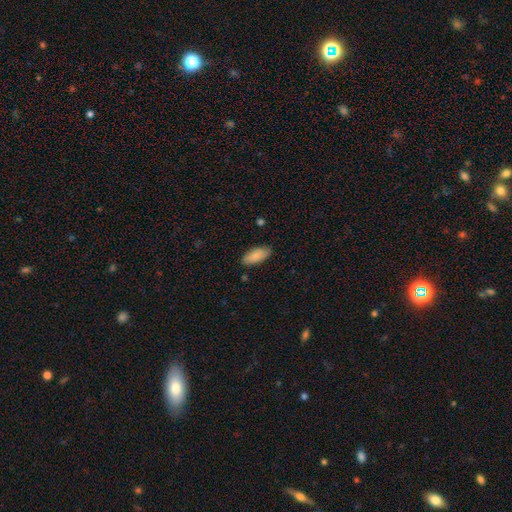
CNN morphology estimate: A smooth galaxy with no disk features (88%) that is in between round and cigar-shaped (87%). Merging: none (85%).